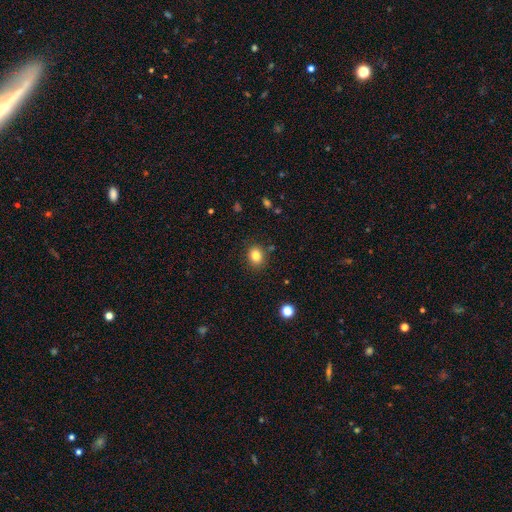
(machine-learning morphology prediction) smooth-or-featured: smooth: 82% | star or artifact: 11% | featured or disk: 7%
  how-rounded: round: 55% | in between: 44% | cigar-shaped: 1%
  merging: none: 86% | minor disturbance: 9% | major disturbance: 3% | merger: 2%